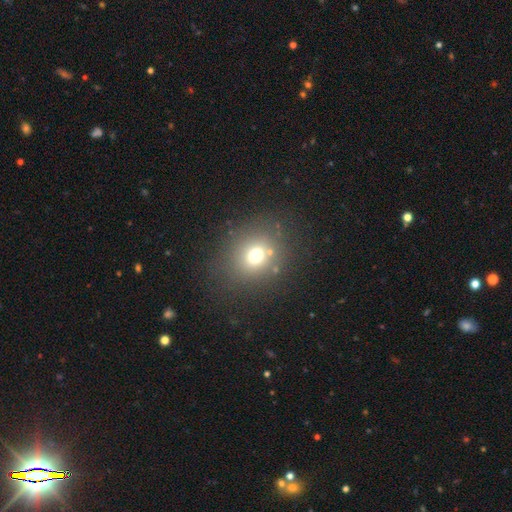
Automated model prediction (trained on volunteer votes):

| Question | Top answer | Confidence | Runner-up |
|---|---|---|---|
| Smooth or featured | smooth | 69% | star or artifact (19%) |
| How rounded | round | 75% | in between (24%) |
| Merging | none | 79% | minor disturbance (10%) |